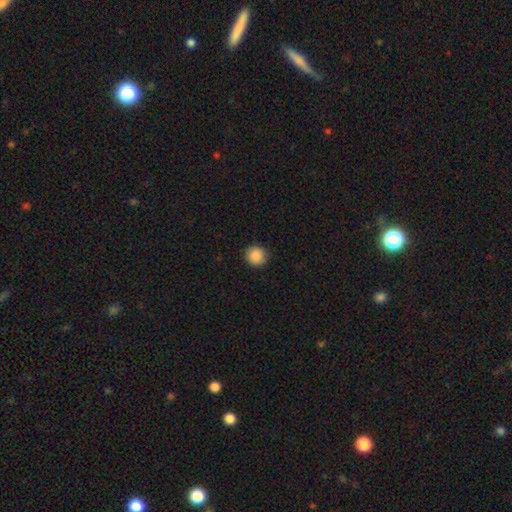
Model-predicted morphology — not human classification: Smooth or featured: smooth — 89% (star or artifact — 8%)
How rounded: round — 93% (in between — 6%)
Merging: none — 90% (minor disturbance — 7%)